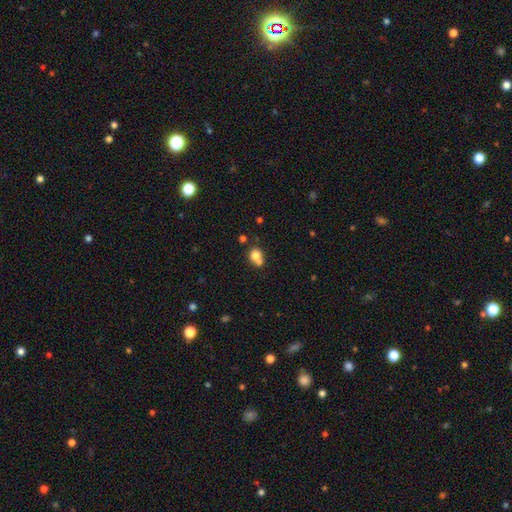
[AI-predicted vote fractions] smooth-or-featured: smooth: 76% | featured or disk: 13% | star or artifact: 11%
  how-rounded: round: 75% | in between: 24% | cigar-shaped: 1%
  merging: merger: 46% | none: 40% | minor disturbance: 10% | major disturbance: 4%